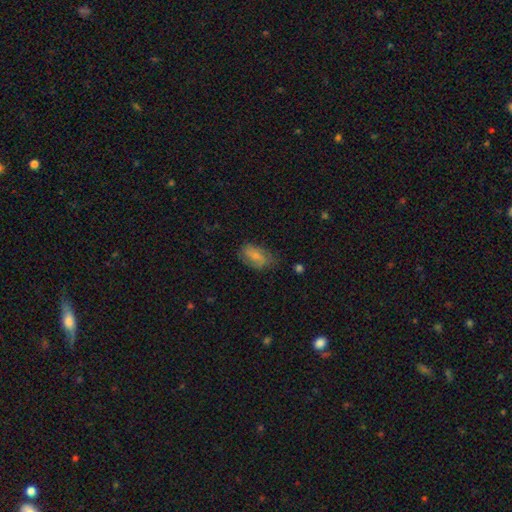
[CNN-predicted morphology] smooth 68%, featured or disk 25%, star or artifact 7%. Down the decision tree: how rounded — in between (90%); merging — none (65%).